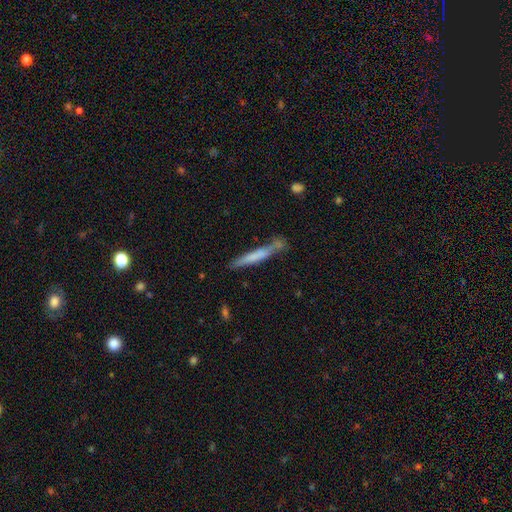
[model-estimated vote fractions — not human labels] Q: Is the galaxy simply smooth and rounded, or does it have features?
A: smooth — 62%.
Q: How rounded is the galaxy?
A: cigar-shaped — 95%.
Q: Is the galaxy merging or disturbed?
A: none — 67%.